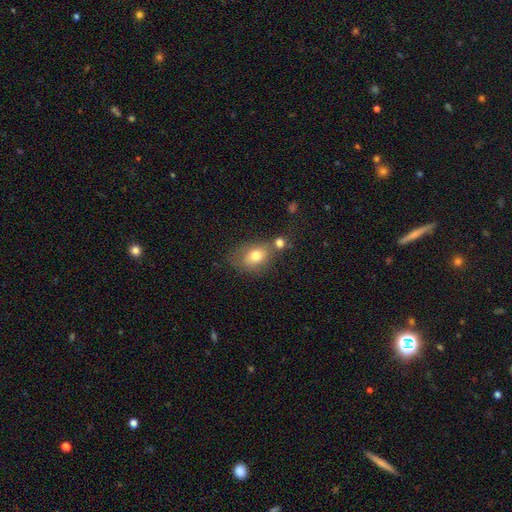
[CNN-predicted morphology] smooth 75%, featured or disk 15%, star or artifact 10%. Down the decision tree: how rounded — in between (68%); merging — none (44%).